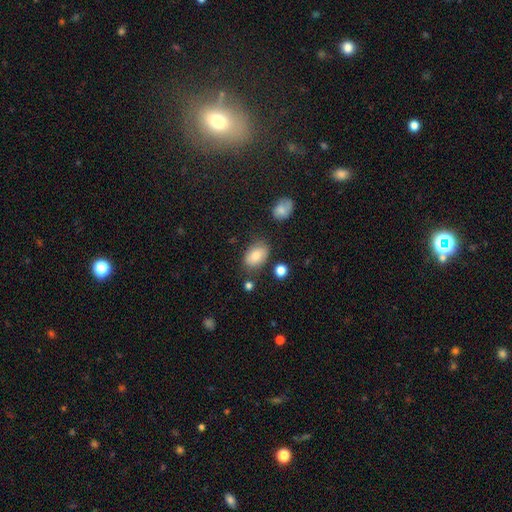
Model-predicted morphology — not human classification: Smooth or featured?
  - smooth: 81% *
  - featured or disk: 10%
  - star or artifact: 8%
How rounded?
  - in between: 86% *
  - round: 13%
  - cigar-shaped: 1%
Merging?
  - none: 73% *
  - minor disturbance: 18%
  - major disturbance: 5%
  - merger: 4%